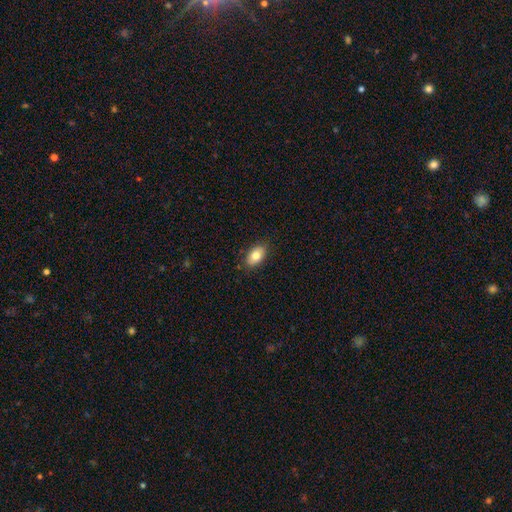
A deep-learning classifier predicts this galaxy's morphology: Q: Smooth or featured?
A: smooth (79%); runner-up: featured or disk (14%)
Q: How rounded?
A: in between (91%); runner-up: round (7%)
Q: Merging?
A: none (87%); runner-up: minor disturbance (10%)